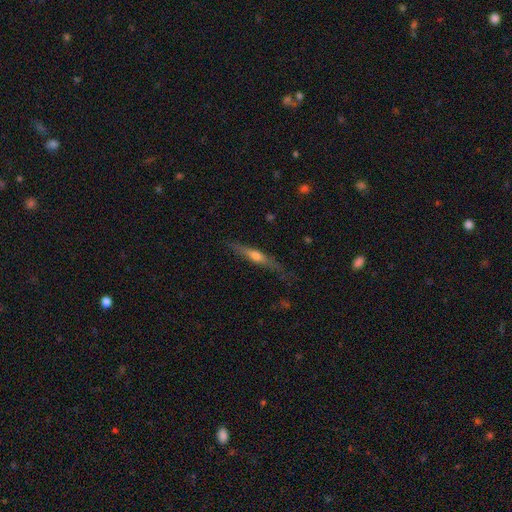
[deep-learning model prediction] A featured or disk galaxy (55%) viewed edge-on (94%) with a rounded central bulge (79%). Merging: none (75%).